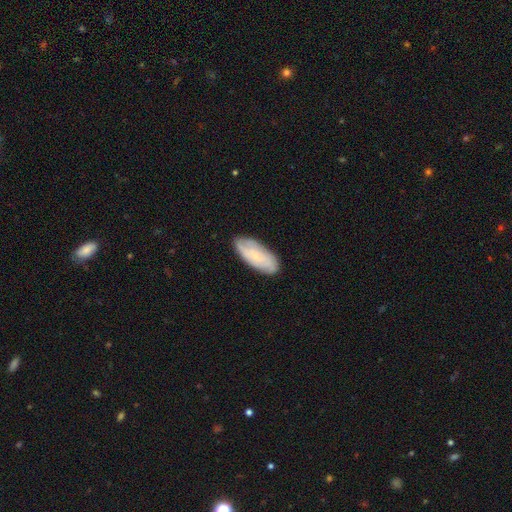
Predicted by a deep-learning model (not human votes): Overall: smooth (56%; featured or disk 37%). How rounded: in between (83%). Merging: none (81%).